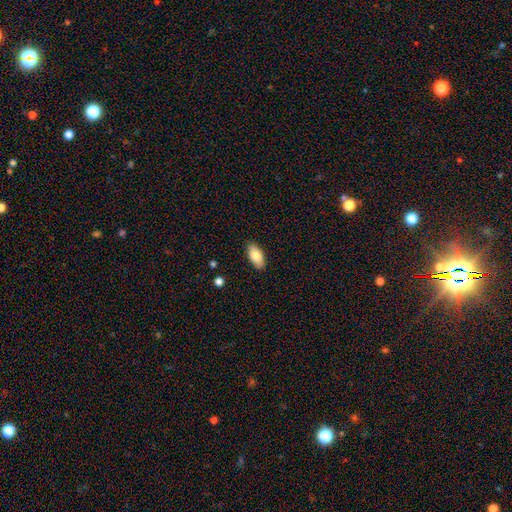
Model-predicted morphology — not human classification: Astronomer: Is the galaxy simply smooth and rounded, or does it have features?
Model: smooth — 83%.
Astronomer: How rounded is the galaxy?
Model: in between — 92%.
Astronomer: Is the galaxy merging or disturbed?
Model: none — 89%.